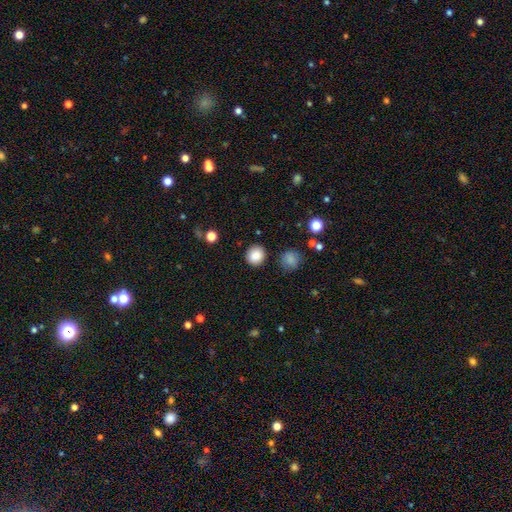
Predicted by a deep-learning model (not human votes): smooth-or-featured: smooth: 86% | star or artifact: 10% | featured or disk: 4%
  how-rounded: round: 87% | in between: 12% | cigar-shaped: 1%
  merging: none: 88% | minor disturbance: 7% | major disturbance: 3% | merger: 2%